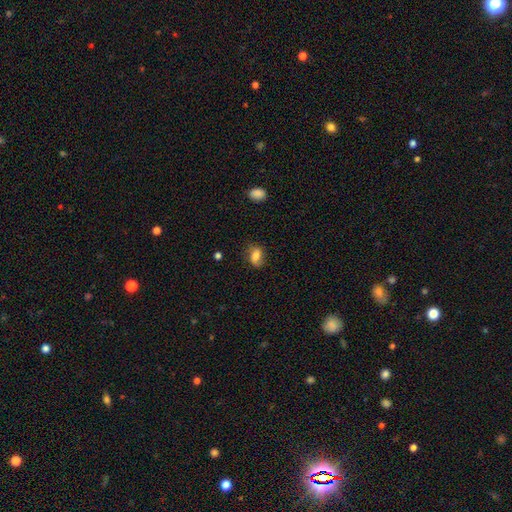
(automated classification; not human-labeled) This appears to be a smooth galaxy with no disk features (73%) that is in between round and cigar-shaped (79%). Merging: none (70%).